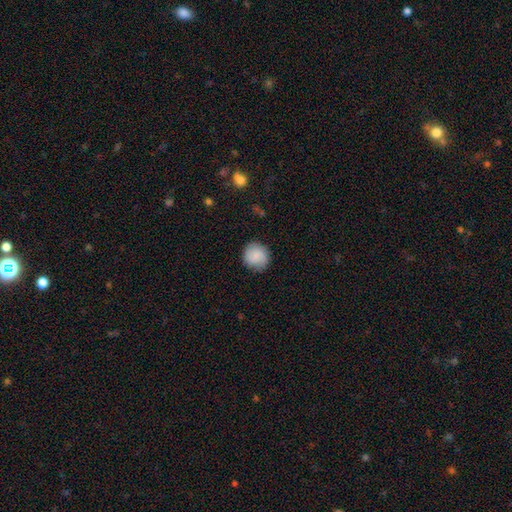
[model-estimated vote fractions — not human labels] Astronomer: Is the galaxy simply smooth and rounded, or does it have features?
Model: smooth — 81%.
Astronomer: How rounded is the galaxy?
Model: round — 91%.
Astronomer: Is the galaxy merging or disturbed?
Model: none — 85%.